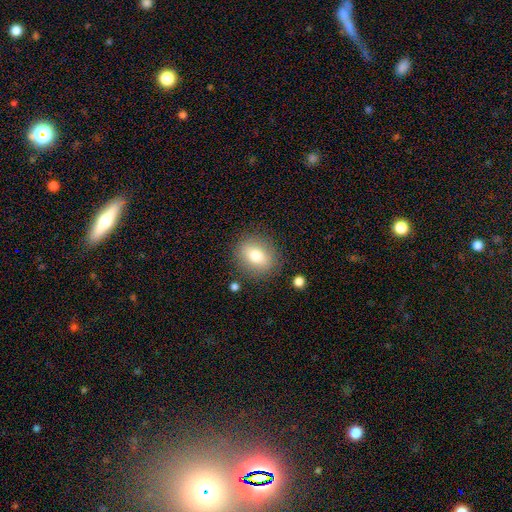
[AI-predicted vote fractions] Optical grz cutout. It shows a smooth galaxy with no disk features (76%) that is round (55%). Merging: none (84%).